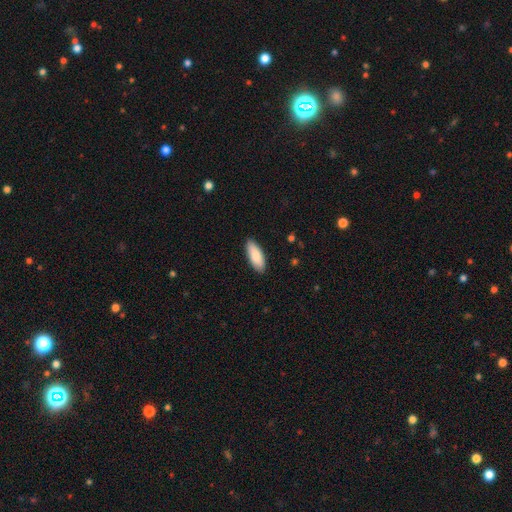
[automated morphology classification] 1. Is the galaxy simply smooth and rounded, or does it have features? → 87% smooth, 7% featured or disk, 5% star or artifact.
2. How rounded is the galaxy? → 75% in between, 23% cigar-shaped, 2% round.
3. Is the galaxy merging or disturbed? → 89% none, 8% minor disturbance, 2% major disturbance, 1% merger.